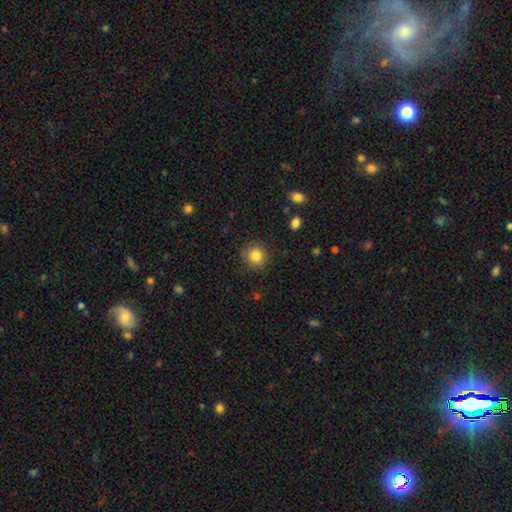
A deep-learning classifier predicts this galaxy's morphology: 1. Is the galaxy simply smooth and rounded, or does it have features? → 84% smooth, 10% star or artifact, 6% featured or disk.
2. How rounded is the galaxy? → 89% round, 10% in between, 1% cigar-shaped.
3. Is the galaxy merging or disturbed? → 87% none, 9% minor disturbance, 3% major disturbance, 1% merger.